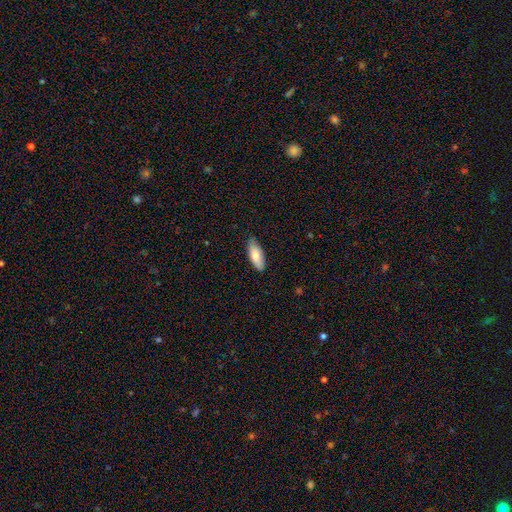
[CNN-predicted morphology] smooth-or-featured: smooth: 79% | featured or disk: 15% | star or artifact: 6%
  how-rounded: in between: 77% | cigar-shaped: 22% | round: 2%
  merging: none: 84% | minor disturbance: 13% | major disturbance: 2% | merger: 1%